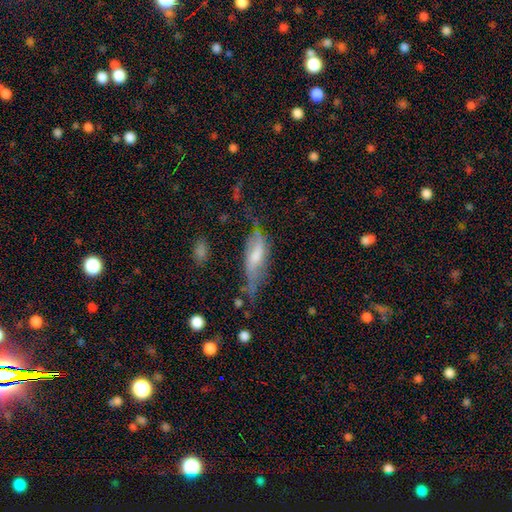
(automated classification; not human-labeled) smooth_or_featured: featured or disk (p=0.48) [alt: smooth p=0.43]
merging: none (p=0.33) [tied with: minor disturbance p=0.33]